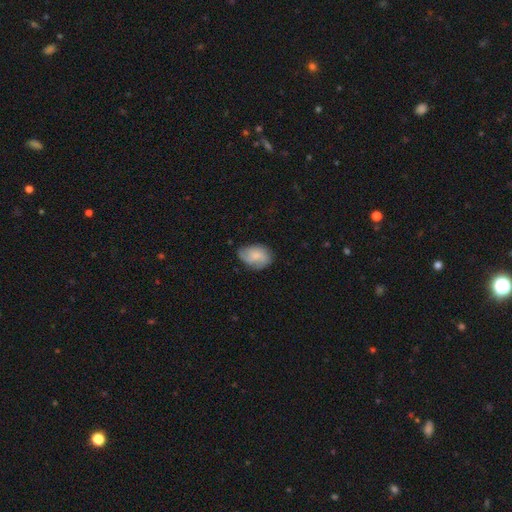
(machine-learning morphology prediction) Smooth or featured?
  - smooth: 51% *
  - featured or disk: 42%
  - star or artifact: 8%
How rounded?
  - in between: 78% *
  - round: 21%
  - cigar-shaped: 1%
Merging?
  - none: 61% *
  - minor disturbance: 28%
  - major disturbance: 10%
  - merger: 1%